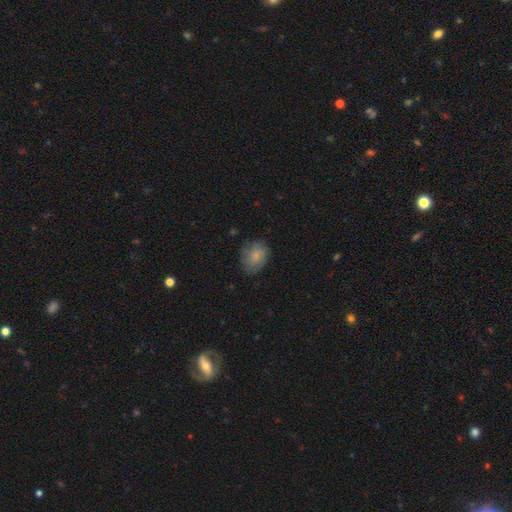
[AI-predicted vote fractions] Smooth or featured?
  - smooth: 68% *
  - featured or disk: 24%
  - star or artifact: 8%
How rounded?
  - in between: 61% *
  - round: 37%
  - cigar-shaped: 1%
Merging?
  - none: 69% *
  - minor disturbance: 22%
  - major disturbance: 7%
  - merger: 1%